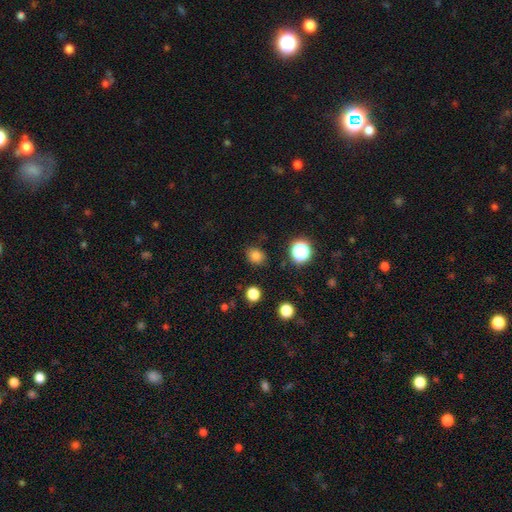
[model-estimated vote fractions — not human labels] Morphology: type=smooth (79%); roundness=round (64%); merging=none (84%).